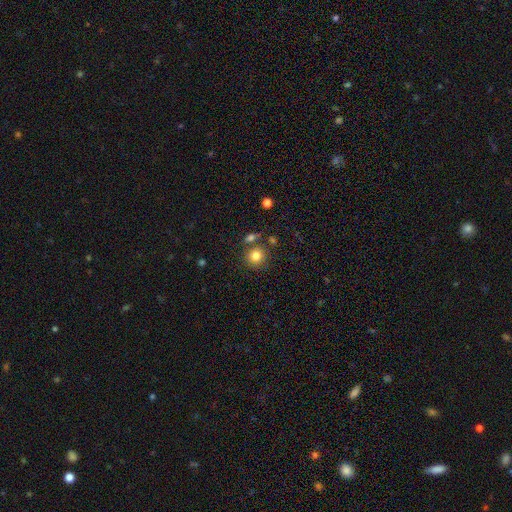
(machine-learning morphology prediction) Smooth or featured? Predicted: smooth (p=0.82). How rounded? Predicted: round (p=0.88). Merging? Predicted: none (p=0.74).